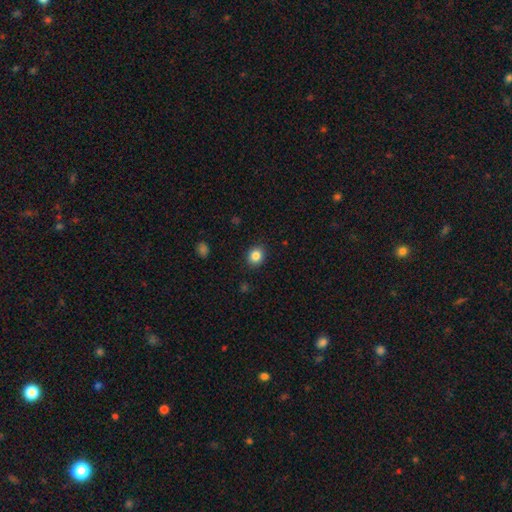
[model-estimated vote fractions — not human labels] Smooth or featured?
  - smooth: 84% *
  - star or artifact: 10%
  - featured or disk: 6%
How rounded?
  - round: 68% *
  - in between: 31%
  - cigar-shaped: 1%
Merging?
  - none: 89% *
  - minor disturbance: 7%
  - major disturbance: 2%
  - merger: 1%